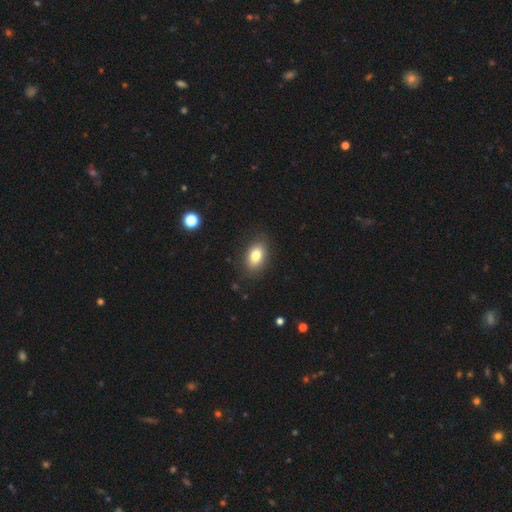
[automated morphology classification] A smooth galaxy with no disk features (81%) that is in between round and cigar-shaped (85%). Merging: none (86%).